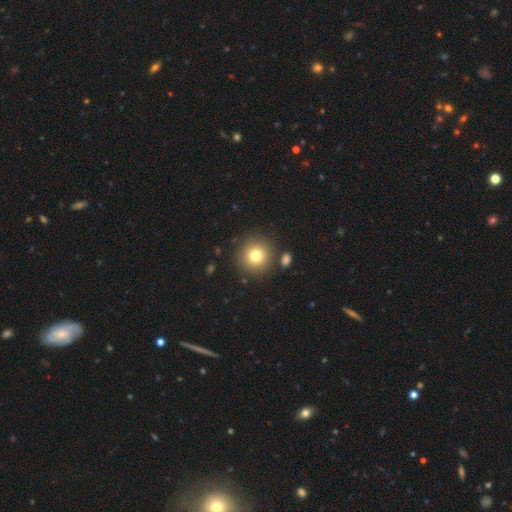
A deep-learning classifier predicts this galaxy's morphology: smooth 78%, star or artifact 12%, featured or disk 10%. Down the decision tree: how rounded — round (94%); merging — none (86%).